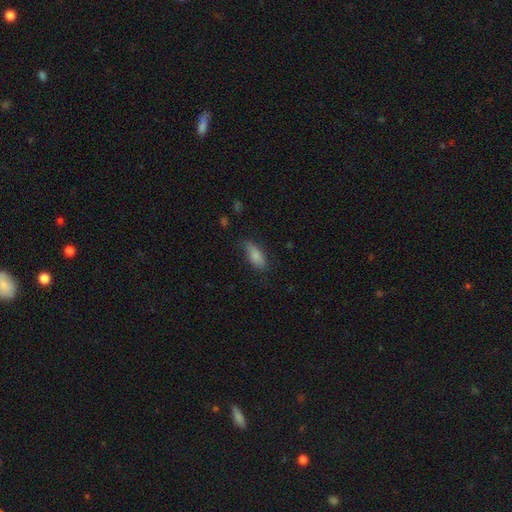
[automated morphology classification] type=smooth (84%); roundness=in between (80%); merging=none (71%).